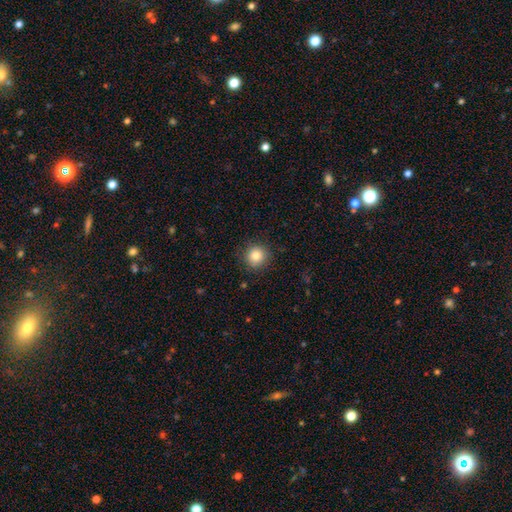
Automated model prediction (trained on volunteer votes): This is clearly a smooth galaxy (85%). How rounded: clearly round (94%). Merging: clearly none (89%).